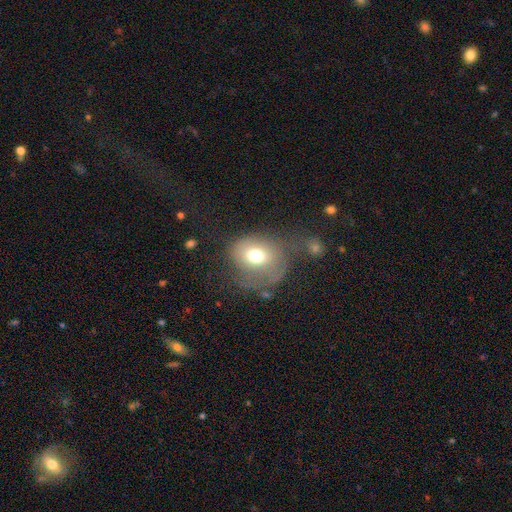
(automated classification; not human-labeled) smooth 68%, featured or disk 22%, star or artifact 10%. Down the decision tree: how rounded — round (58%); merging — none (34%).